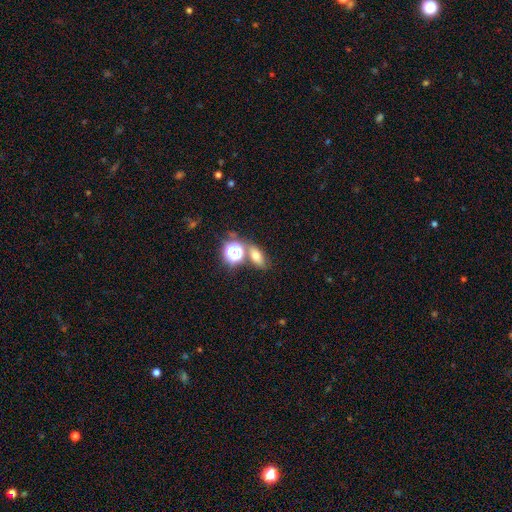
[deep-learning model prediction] A smooth galaxy with no disk features (61%) that is in between round and cigar-shaped (70%).

Vote fractions:
- Smooth or featured? smooth: 61% / star or artifact: 25% / featured or disk: 14%
- How rounded? in between: 70% / round: 26% / cigar-shaped: 5%
- Merging? none: 64% / merger: 19% / minor disturbance: 12% / major disturbance: 5%